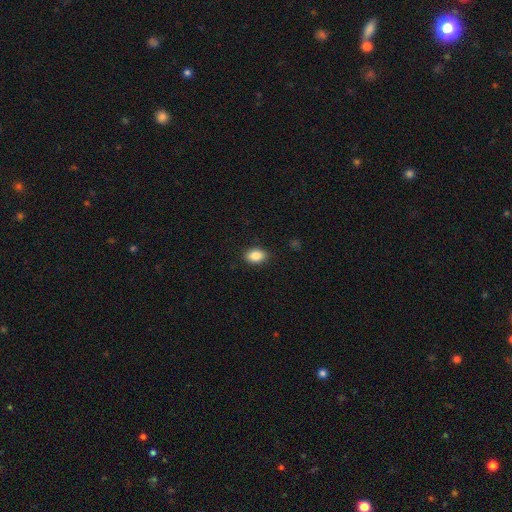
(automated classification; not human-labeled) Smooth or featured? smooth (87%)
How rounded? in between (79%)
Merging? none (89%)